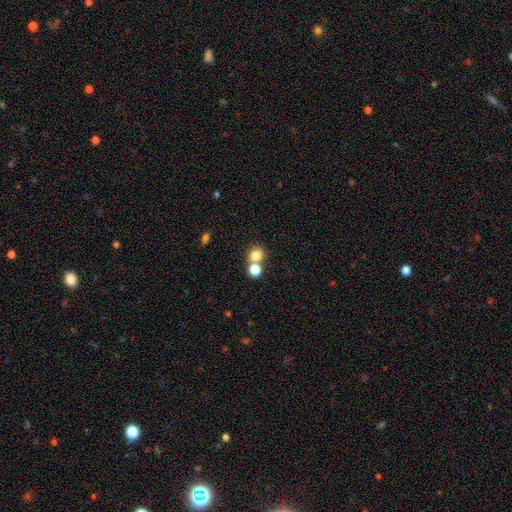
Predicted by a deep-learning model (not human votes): Overall: smooth (79%). How rounded: round (81%). Merging: none (53%; merger 37%).